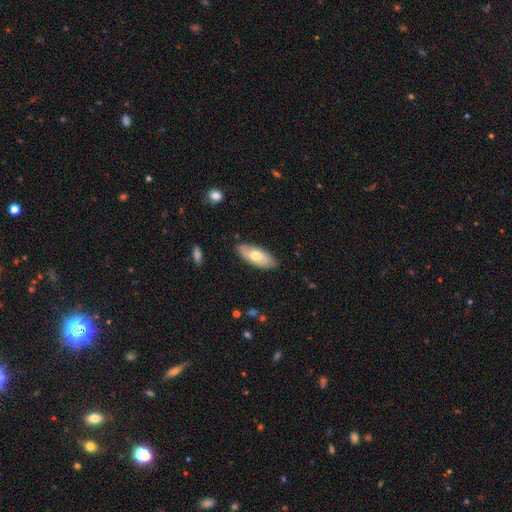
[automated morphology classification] smooth 60%, featured or disk 34%, star or artifact 5%. Down the decision tree: how rounded — in between (86%); merging — none (83%).